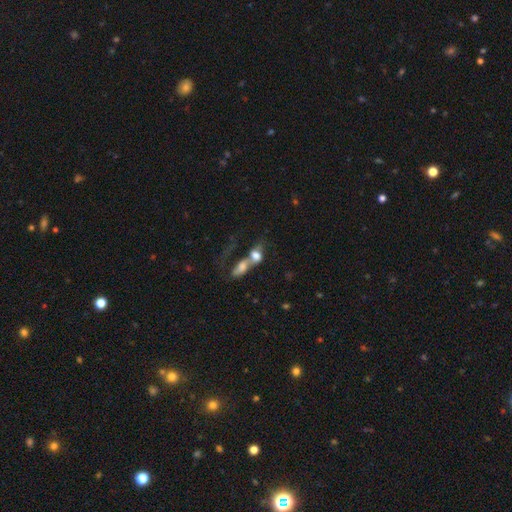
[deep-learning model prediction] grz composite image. It shows a smooth galaxy with no disk features (61%) that is in between round and cigar-shaped (64%). Merging: merger (77%).